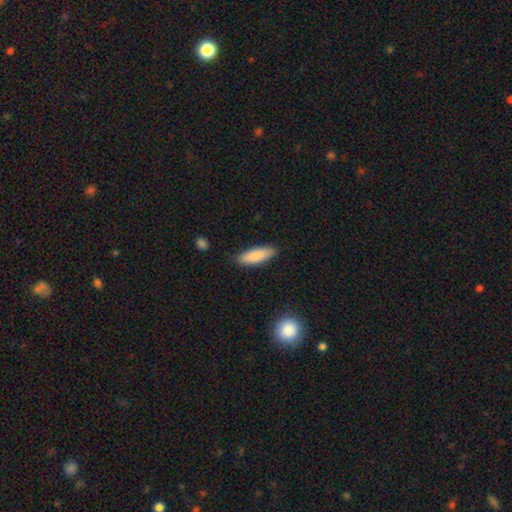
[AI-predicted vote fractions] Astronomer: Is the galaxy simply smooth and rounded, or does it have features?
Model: smooth — 85%.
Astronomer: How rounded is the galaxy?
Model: in between — 56% (runner-up: cigar-shaped, 43%).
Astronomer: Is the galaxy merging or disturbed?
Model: none — 86%.